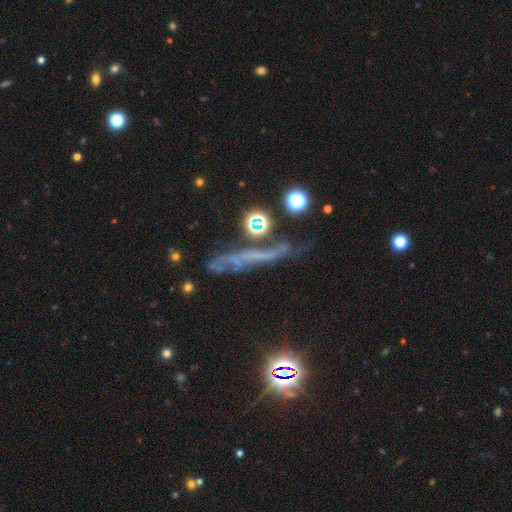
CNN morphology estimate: featured or disk 47%, smooth 29%, star or artifact 24%. Down the decision tree: merging — none (53%).